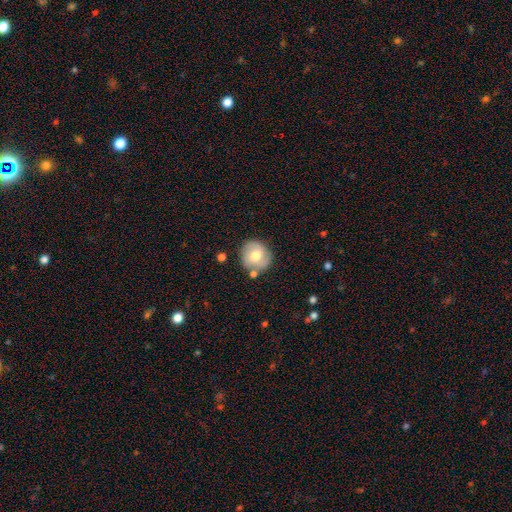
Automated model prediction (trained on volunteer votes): Morphology: type=smooth (56%); roundness=round (86%); merging=none (74%).